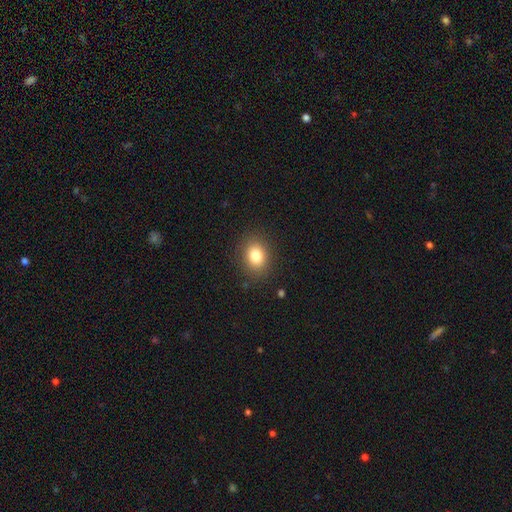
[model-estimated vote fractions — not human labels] A smooth galaxy with no disk features (82%) that is in between round and cigar-shaped (51%).

Vote fractions:
- Smooth or featured? smooth: 82% / star or artifact: 11% / featured or disk: 8%
- How rounded? in between: 51% / round: 48% / cigar-shaped: 1%
- Merging? none: 87% / minor disturbance: 9% / major disturbance: 3% / merger: 1%